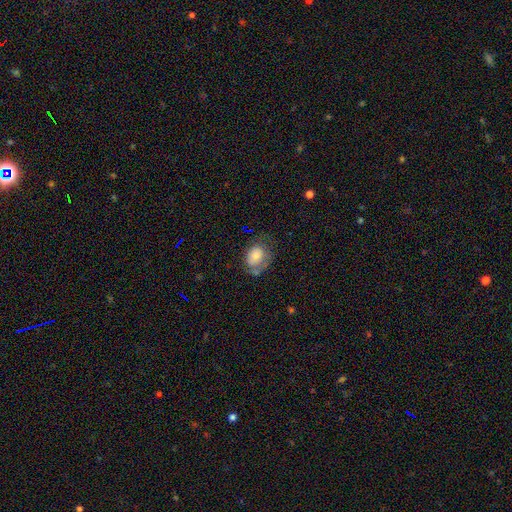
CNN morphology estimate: smooth-or-featured: smooth: 68% | featured or disk: 23% | star or artifact: 9%
  how-rounded: in between: 65% | round: 34% | cigar-shaped: 1%
  merging: none: 45% | minor disturbance: 29% | major disturbance: 20% | merger: 6%